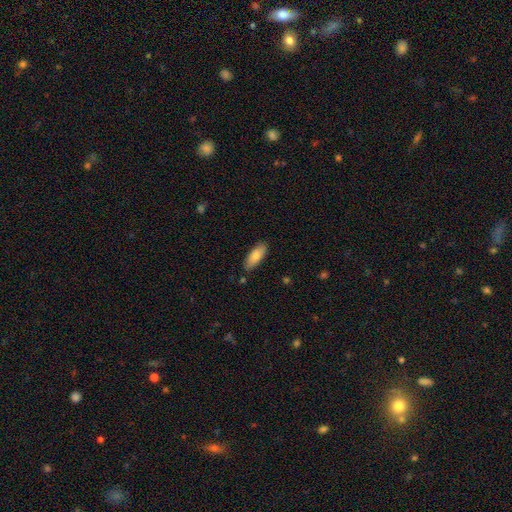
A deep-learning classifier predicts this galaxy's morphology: type=smooth (81%); roundness=in between (74%); merging=none (83%).